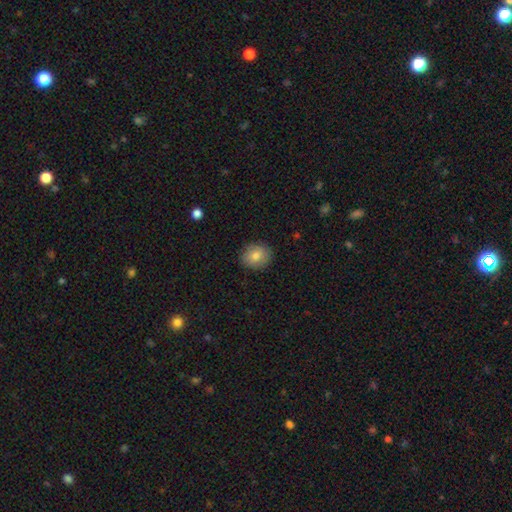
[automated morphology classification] A smooth galaxy with no disk features (80%) that is round (69%).

Vote fractions:
- Smooth or featured? smooth: 80% / featured or disk: 11% / star or artifact: 9%
- How rounded? round: 69% / in between: 30% / cigar-shaped: 1%
- Merging? none: 89% / minor disturbance: 8% / major disturbance: 2% / merger: 1%